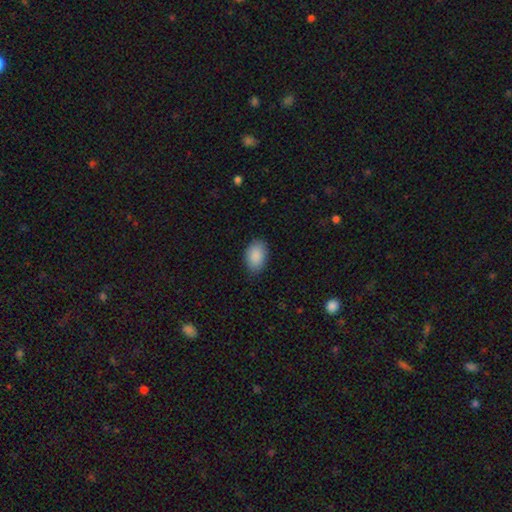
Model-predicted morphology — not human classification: The model was most divided on "merging": none: 81%, minor disturbance: 15%, major disturbance: 3%, merger: 1%. More confident: smooth or featured — smooth (89%); how rounded — in between (89%).